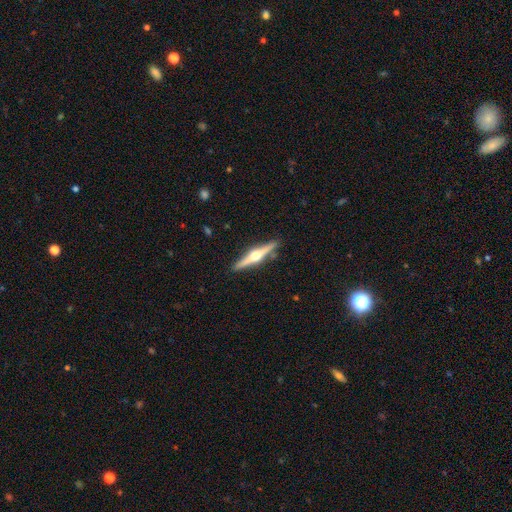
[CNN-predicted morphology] Smooth or featured?
  - featured or disk: 78% *
  - smooth: 17%
  - star or artifact: 5%
Edge-on disk?
  - yes: 98% *
  - no: 2%
Edge-on bulge?
  - rounded: 96% *
  - boxy: 2%
  - none: 2%
Merging?
  - none: 89% *
  - minor disturbance: 8%
  - merger: 2%
  - major disturbance: 2%